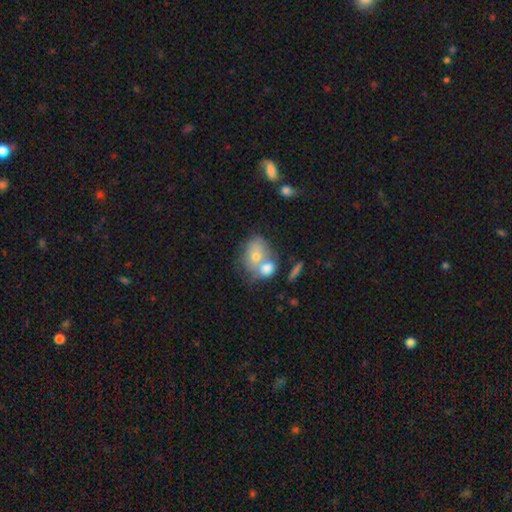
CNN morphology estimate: Smooth or featured? smooth (67%)
How rounded? in between (61%)
Merging? merger (56%)